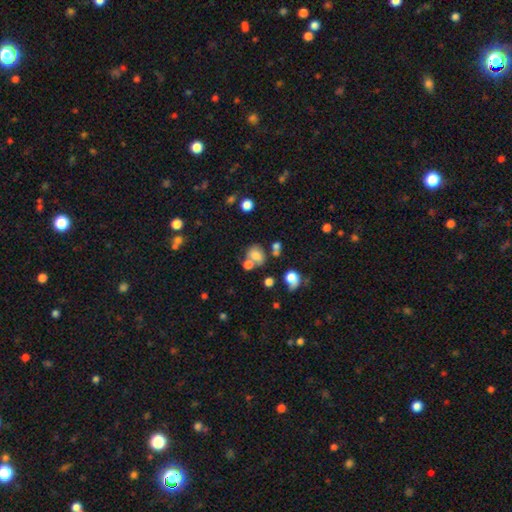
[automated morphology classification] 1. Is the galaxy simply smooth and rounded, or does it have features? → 69% smooth, 16% featured or disk, 14% star or artifact.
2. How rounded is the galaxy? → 52% in between, 47% round, 1% cigar-shaped.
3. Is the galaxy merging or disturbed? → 41% none, 33% merger, 16% minor disturbance, 9% major disturbance.